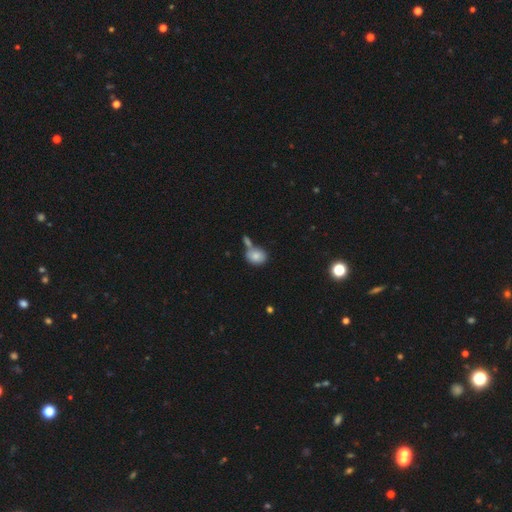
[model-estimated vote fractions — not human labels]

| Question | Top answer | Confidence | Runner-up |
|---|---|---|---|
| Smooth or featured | smooth | 82% | star or artifact (9%) |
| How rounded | round | 55% | in between (44%) |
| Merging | none | 50% | merger (32%) |